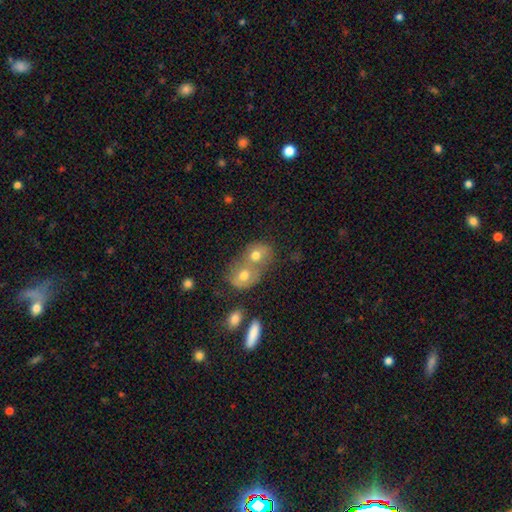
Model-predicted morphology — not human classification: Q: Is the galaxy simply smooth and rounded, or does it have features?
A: smooth — 65%.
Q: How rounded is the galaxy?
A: round — 57%.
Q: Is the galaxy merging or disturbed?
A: merger — 69%.